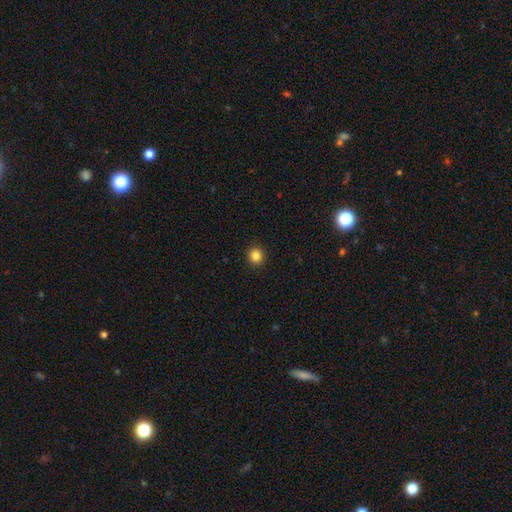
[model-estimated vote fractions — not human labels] This appears to be a smooth galaxy with no disk features (85%) that is round (90%). Merging: none (92%).